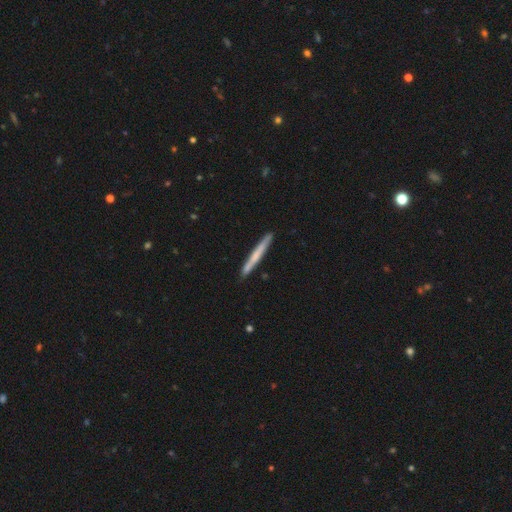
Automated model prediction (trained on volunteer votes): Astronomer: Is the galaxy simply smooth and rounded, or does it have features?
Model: smooth — 58% (runner-up: featured or disk, 36%).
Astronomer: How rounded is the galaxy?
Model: cigar-shaped — 97%.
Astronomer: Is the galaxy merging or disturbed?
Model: none — 90%.